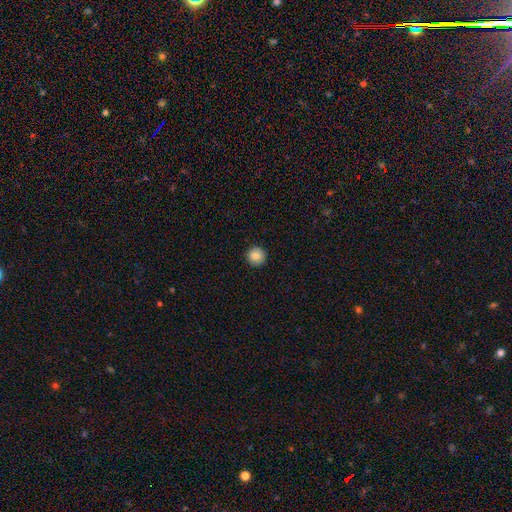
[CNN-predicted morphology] smooth_or_featured: smooth (p=0.86) [alt: star or artifact p=0.09]
how_rounded: round (p=0.95) [alt: in between p=0.04]
merging: none (p=0.92) [alt: minor disturbance p=0.05]